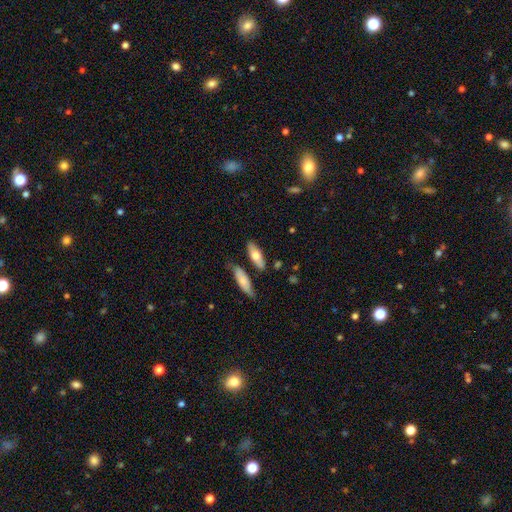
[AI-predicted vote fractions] smooth-or-featured: smooth: 66% | featured or disk: 28% | star or artifact: 6%
  how-rounded: in between: 61% | cigar-shaped: 37% | round: 2%
  merging: none: 74% | minor disturbance: 14% | merger: 9% | major disturbance: 3%